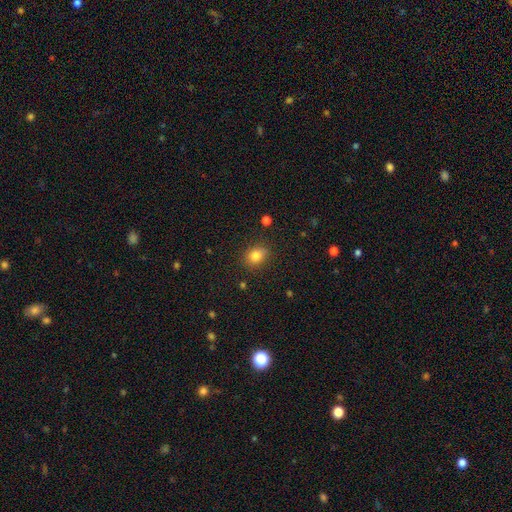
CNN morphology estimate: smooth_or_featured: smooth (p=0.82) [alt: star or artifact p=0.11]
how_rounded: round (p=0.50) [alt: in between p=0.49]
merging: none (p=0.81) [alt: minor disturbance p=0.14]